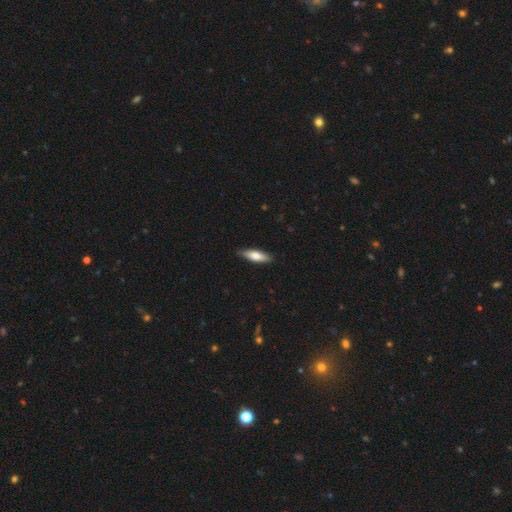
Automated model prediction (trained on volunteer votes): smooth 65%, featured or disk 30%, star or artifact 5%. Down the decision tree: how rounded — cigar-shaped (55%); merging — none (87%).